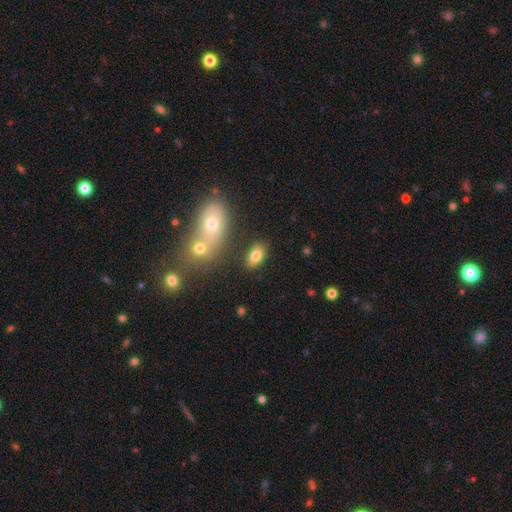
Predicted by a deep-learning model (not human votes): Smooth or featured?
  - smooth: 80% *
  - featured or disk: 10%
  - star or artifact: 9%
How rounded?
  - in between: 89% *
  - round: 7%
  - cigar-shaped: 4%
Merging?
  - none: 78% *
  - minor disturbance: 11%
  - merger: 8%
  - major disturbance: 3%